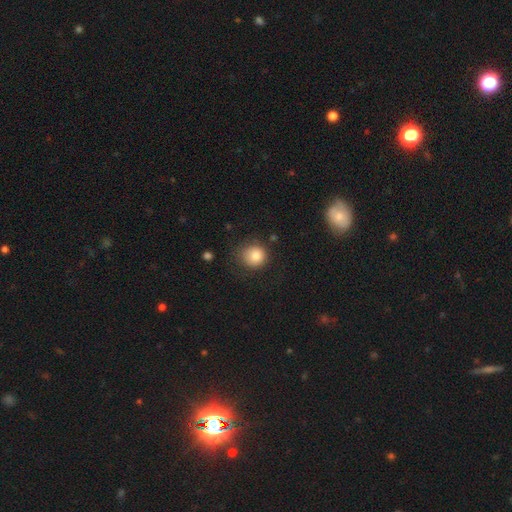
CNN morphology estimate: smooth_or_featured: smooth (p=0.82) [alt: star or artifact p=0.10]
how_rounded: round (p=0.88) [alt: in between p=0.11]
merging: none (p=0.74) [alt: minor disturbance p=0.18]